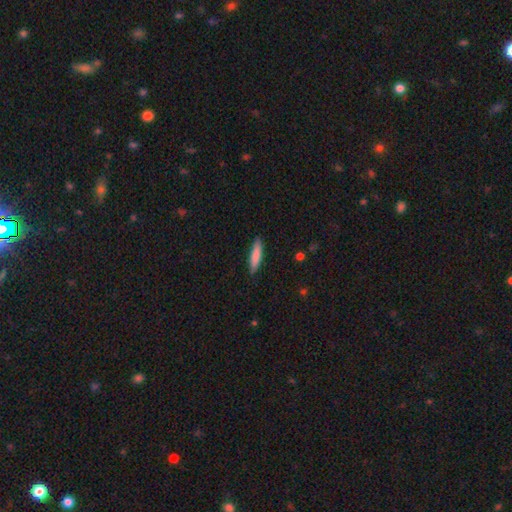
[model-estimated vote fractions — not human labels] Overall: smooth (81%). How rounded: cigar-shaped (82%). Merging: none (88%).